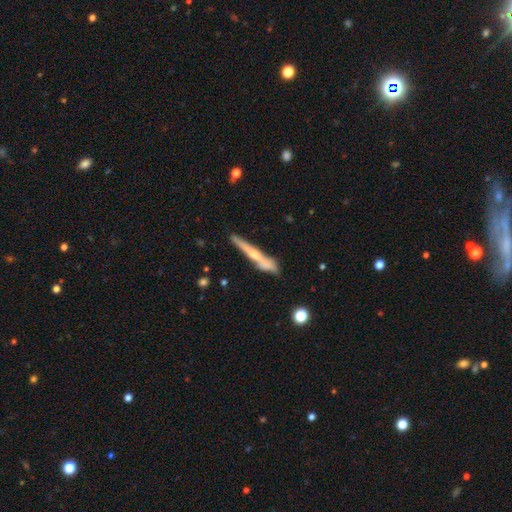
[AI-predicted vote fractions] The model was most divided on "smooth or featured": featured or disk: 54%, smooth: 39%, star or artifact: 6%. More confident: edge-on disk — yes (91%); merging — none (66%).